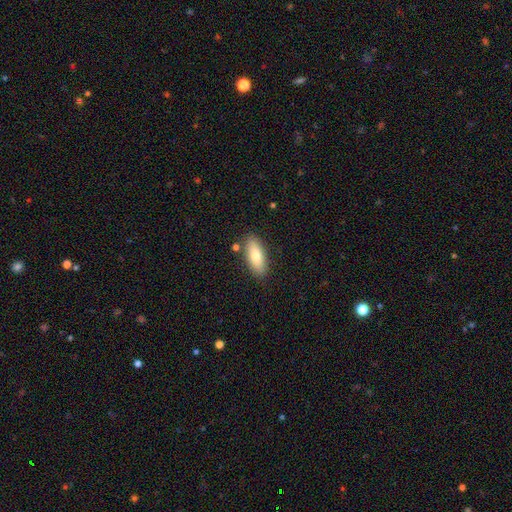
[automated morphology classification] Smooth or featured? smooth (78%)
How rounded? in between (76%)
Merging? none (84%)